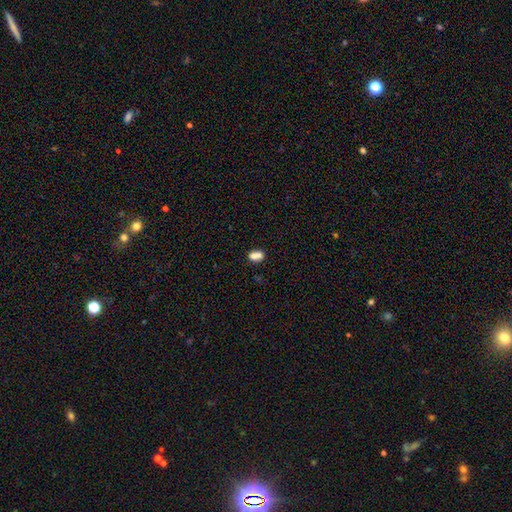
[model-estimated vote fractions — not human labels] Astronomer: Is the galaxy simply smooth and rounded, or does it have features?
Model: smooth — 74%.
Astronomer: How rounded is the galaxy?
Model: in between — 72%.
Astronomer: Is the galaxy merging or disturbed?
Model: none — 56%.